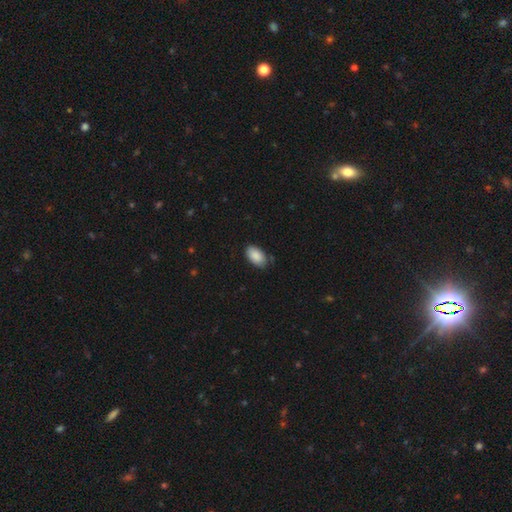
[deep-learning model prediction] A smooth galaxy with no disk features (89%) that is in between round and cigar-shaped (94%). Merging: none (75%).